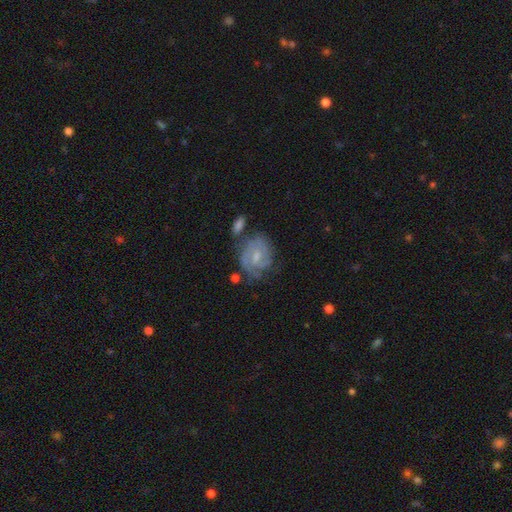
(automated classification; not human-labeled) Smooth or featured?
  - featured or disk: 71% *
  - smooth: 22%
  - star or artifact: 7%
Edge-on disk?
  - no: 97% *
  - yes: 3%
Bar?
  - weak: 51% *
  - no: 41%
  - strong: 8%
Spiral arms?
  - yes: 87% *
  - no: 13%
Spiral winding?
  - tight: 57% *
  - medium: 33%
  - loose: 10%
Spiral arm count?
  - 2: 45% *
  - can't tell: 32%
  - 3: 11%
  - 1: 6%
  - 4: 3%
  - more than 4: 2%
Bulge size?
  - small: 48% *
  - moderate: 38%
  - none: 10%
  - large: 2%
  - dominant: 1%
Merging?
  - none: 57% *
  - minor disturbance: 22%
  - major disturbance: 11%
  - merger: 9%